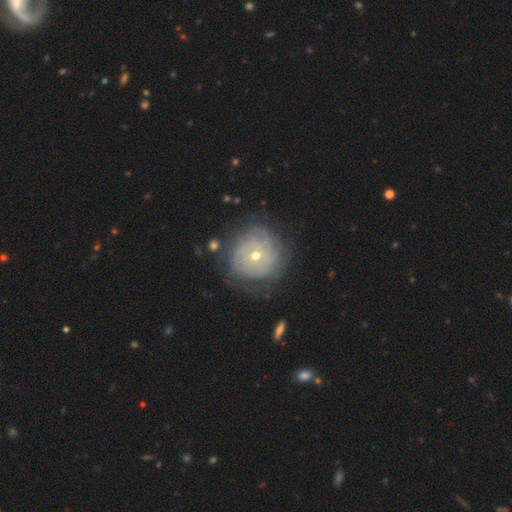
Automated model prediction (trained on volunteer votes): Smooth or featured: featured or disk — 81% (smooth — 13%)
Edge-on disk: no — 97% (yes — 3%)
Bar: no — 77% (weak — 18%)
Spiral arms: yes — 93% (no — 7%)
Spiral winding: tight — 82% (medium — 14%)
Spiral arm count: can't tell — 41% (3 — 17%)
Bulge size: moderate — 48% (tied with small — 48%)
Merging: none — 73% (minor disturbance — 17%)